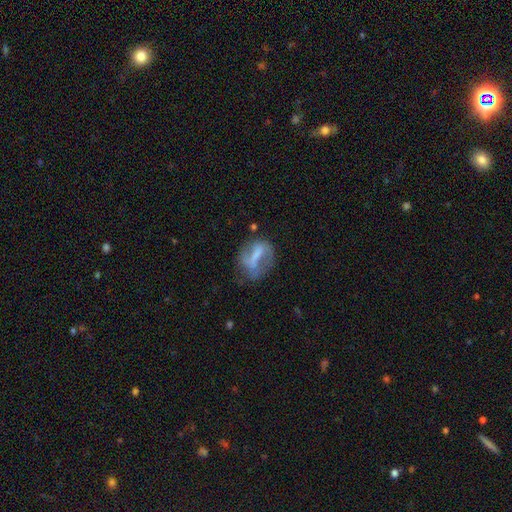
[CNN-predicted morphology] Q: Smooth or featured?
A: featured or disk (53%); runner-up: smooth (38%)
Q: Edge-on disk?
A: no (93%); runner-up: yes (7%)
Q: Merging?
A: none (46%); runner-up: minor disturbance (25%)